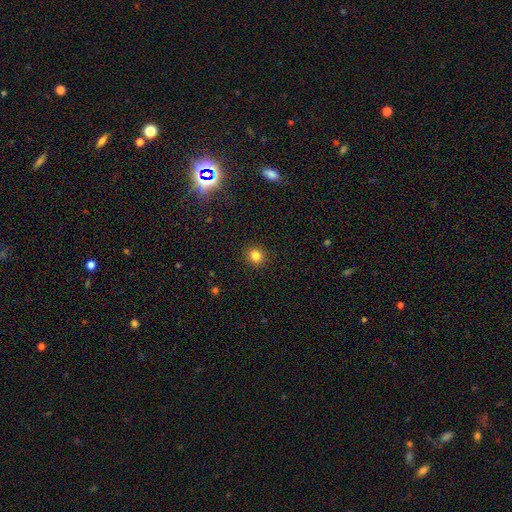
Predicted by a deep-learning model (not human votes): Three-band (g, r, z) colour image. It shows a smooth galaxy with no disk features (82%) that is round (89%). Merging: none (92%).